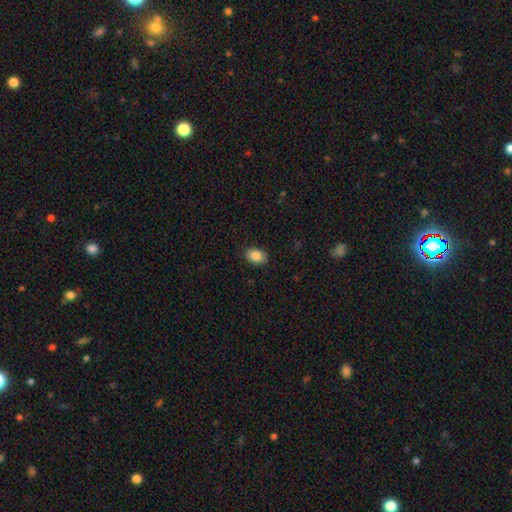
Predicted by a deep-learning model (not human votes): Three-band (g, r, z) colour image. It shows a smooth galaxy with no disk features (87%) that is in between round and cigar-shaped (79%). Merging: none (88%).